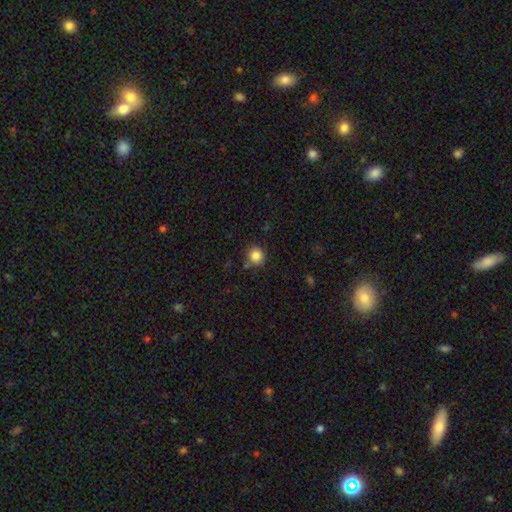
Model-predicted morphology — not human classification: Q: Smooth or featured?
A: smooth (85%); runner-up: star or artifact (10%)
Q: How rounded?
A: round (90%); runner-up: in between (9%)
Q: Merging?
A: none (83%); runner-up: minor disturbance (11%)